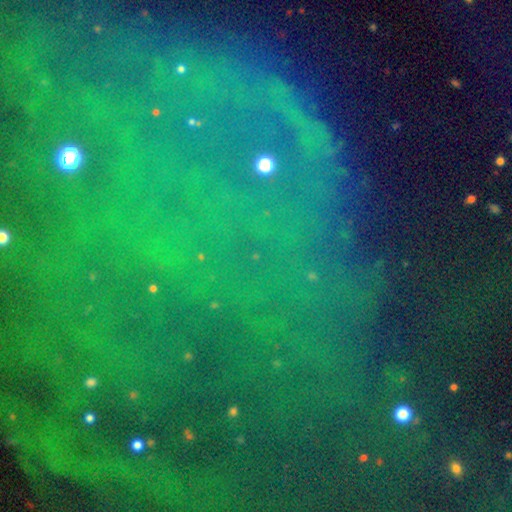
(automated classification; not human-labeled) This appears to be a star or artifact, not a galaxy (80%).